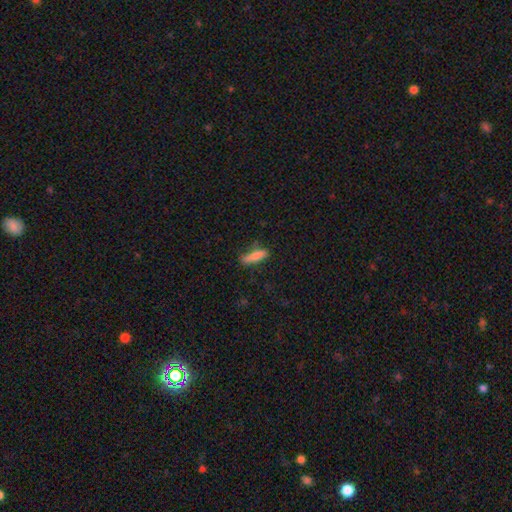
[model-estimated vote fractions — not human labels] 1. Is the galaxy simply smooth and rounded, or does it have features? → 78% smooth, 15% featured or disk, 7% star or artifact.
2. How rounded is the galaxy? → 67% cigar-shaped, 31% in between, 2% round.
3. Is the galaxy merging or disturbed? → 74% none, 19% minor disturbance, 4% major disturbance, 2% merger.